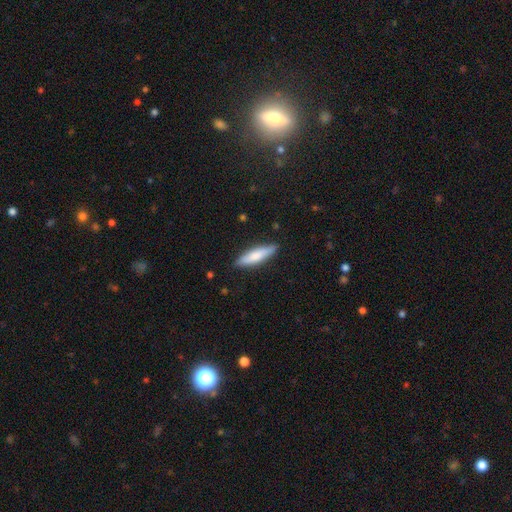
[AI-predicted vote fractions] smooth_or_featured: smooth (p=0.72) [alt: featured or disk p=0.23]
how_rounded: cigar-shaped (p=0.70) [alt: in between p=0.29]
merging: none (p=0.87) [alt: minor disturbance p=0.10]